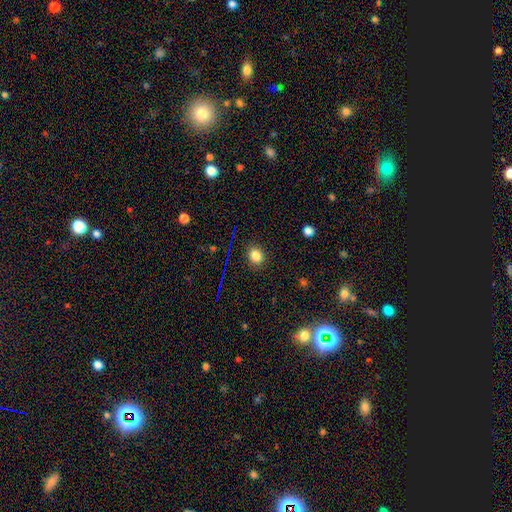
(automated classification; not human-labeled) Smooth or featured? Predicted: smooth (p=0.82). How rounded? Predicted: round (p=0.62). Merging? Predicted: none (p=0.88).